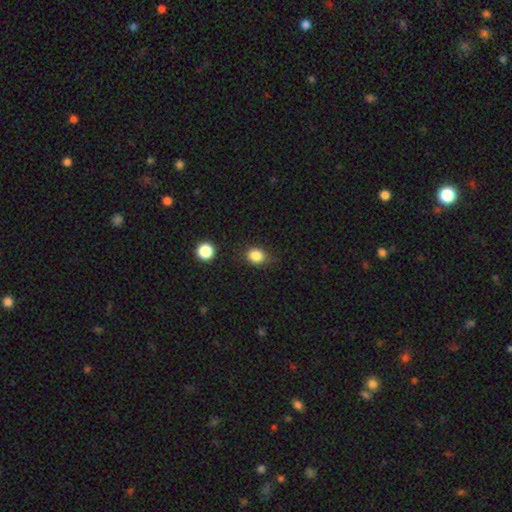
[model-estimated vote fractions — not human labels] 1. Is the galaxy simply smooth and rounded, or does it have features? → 84% smooth, 11% star or artifact, 5% featured or disk.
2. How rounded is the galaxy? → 65% round, 34% in between, 1% cigar-shaped.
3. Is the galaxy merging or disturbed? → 76% none, 17% minor disturbance, 4% major disturbance, 3% merger.